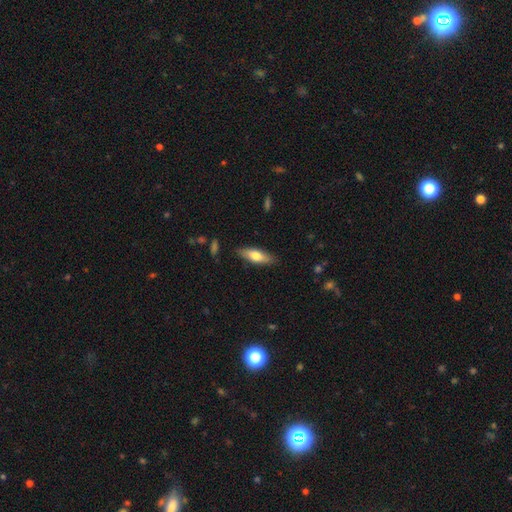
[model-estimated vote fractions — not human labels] The model was most divided on "how rounded": in between: 54%, cigar-shaped: 44%, round: 2%. More confident: merging — none (86%); smooth or featured — smooth (68%).